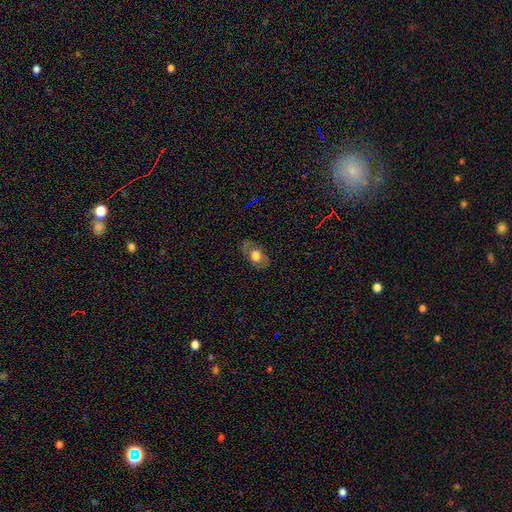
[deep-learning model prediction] The model was most divided on "smooth or featured": smooth: 47%, featured or disk: 44%, star or artifact: 9%. More confident: merging — none (77%).